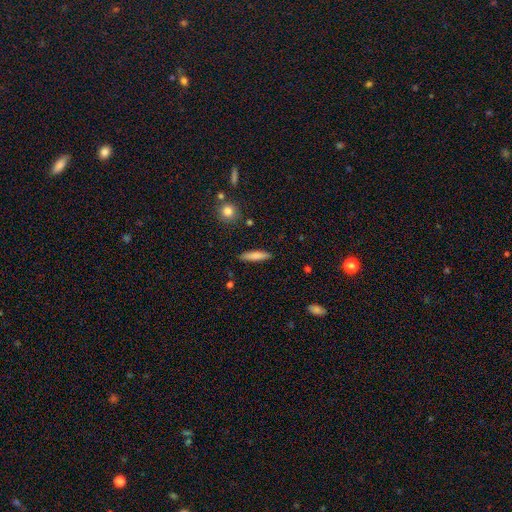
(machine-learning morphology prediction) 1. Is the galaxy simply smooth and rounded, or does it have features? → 80% smooth, 14% featured or disk, 6% star or artifact.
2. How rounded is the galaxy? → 79% cigar-shaped, 20% in between, 2% round.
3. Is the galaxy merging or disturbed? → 88% none, 8% minor disturbance, 2% major disturbance, 2% merger.